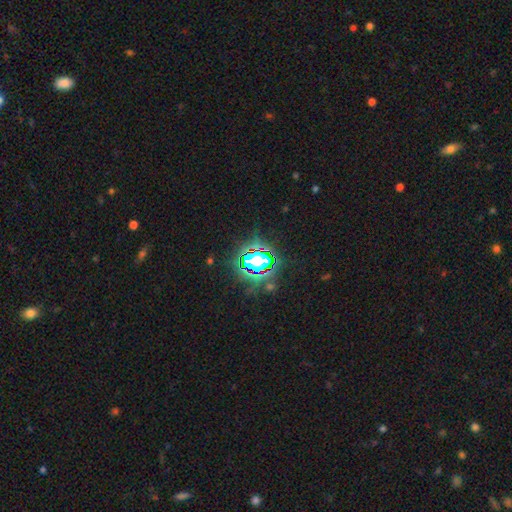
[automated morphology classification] Smooth or featured? star or artifact (76%)